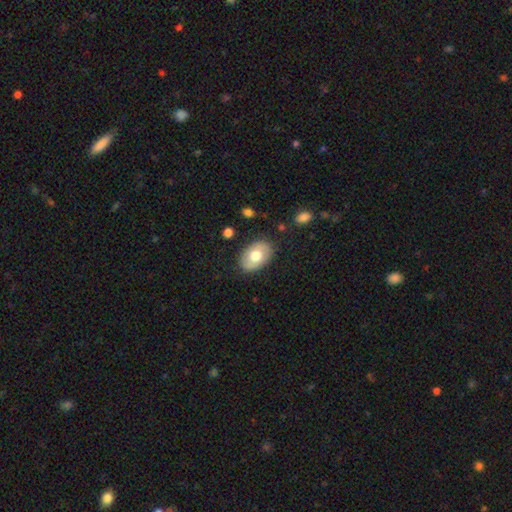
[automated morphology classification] A smooth galaxy with no disk features (66%) that is in between round and cigar-shaped (84%).

Vote fractions:
- Smooth or featured? smooth: 66% / featured or disk: 28% / star or artifact: 6%
- How rounded? in between: 84% / round: 15% / cigar-shaped: 1%
- Merging? none: 84% / minor disturbance: 12% / major disturbance: 3% / merger: 1%